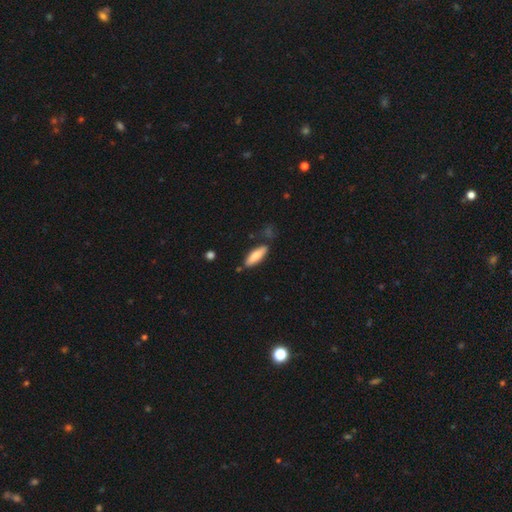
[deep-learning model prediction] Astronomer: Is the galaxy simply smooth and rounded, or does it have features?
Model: smooth — 79%.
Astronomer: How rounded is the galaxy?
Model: cigar-shaped — 52% (runner-up: in between, 46%).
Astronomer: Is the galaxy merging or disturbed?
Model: none — 77%.